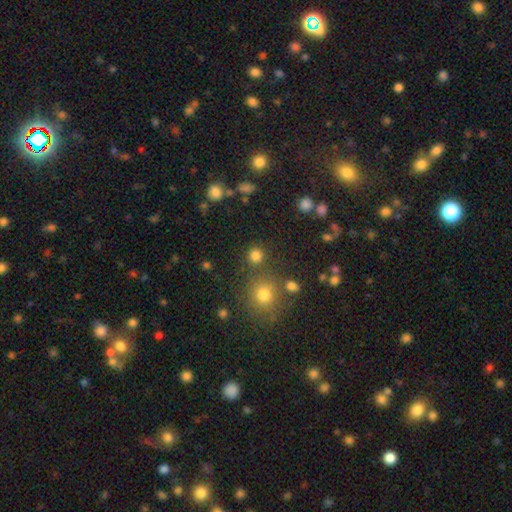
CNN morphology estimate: Smooth or featured?
  - smooth: 79% *
  - star or artifact: 16%
  - featured or disk: 5%
How rounded?
  - round: 91% *
  - in between: 8%
  - cigar-shaped: 1%
Merging?
  - none: 80% *
  - merger: 9%
  - minor disturbance: 7%
  - major disturbance: 3%